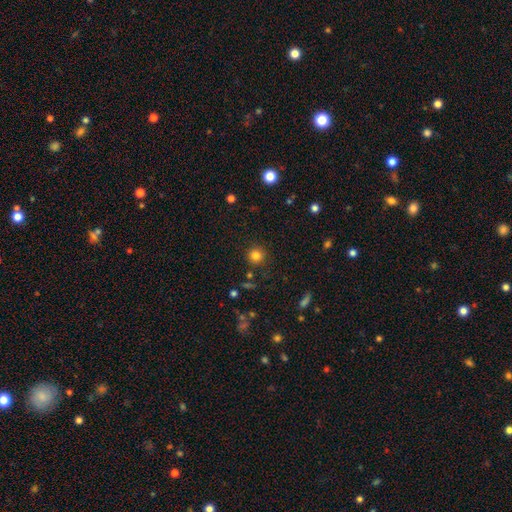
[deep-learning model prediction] A smooth galaxy with no disk features (81%) that is round (93%). Merging: none (88%).